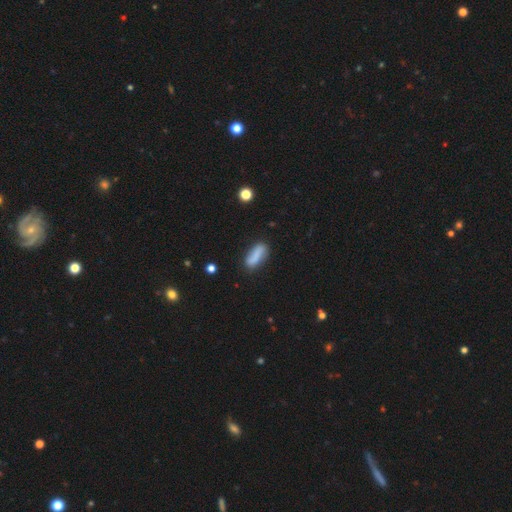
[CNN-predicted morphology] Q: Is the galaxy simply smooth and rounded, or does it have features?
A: smooth — 77%.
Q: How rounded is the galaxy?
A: in between — 62%.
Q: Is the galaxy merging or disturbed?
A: none — 74%.